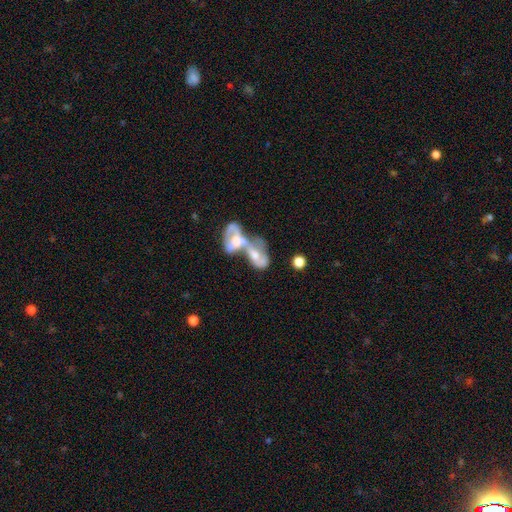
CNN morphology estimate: This appears to be a featured or disk galaxy (57%) with no bar (67%), spiral arms (53%) and a moderate central bulge (50%). Merging: merger (80%).